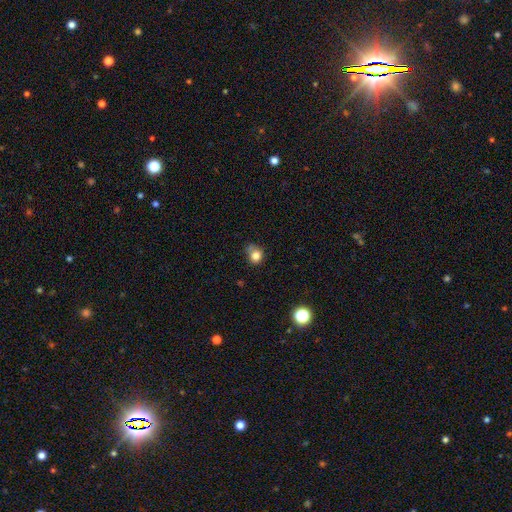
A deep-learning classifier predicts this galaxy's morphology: type=smooth (80%); roundness=round (71%); merging=none (53%).